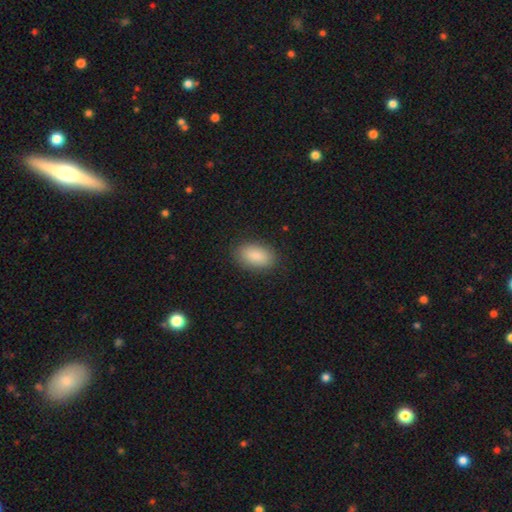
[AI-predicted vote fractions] This is clearly a smooth galaxy (89%). How rounded: clearly in between (93%). Merging: clearly none (88%).